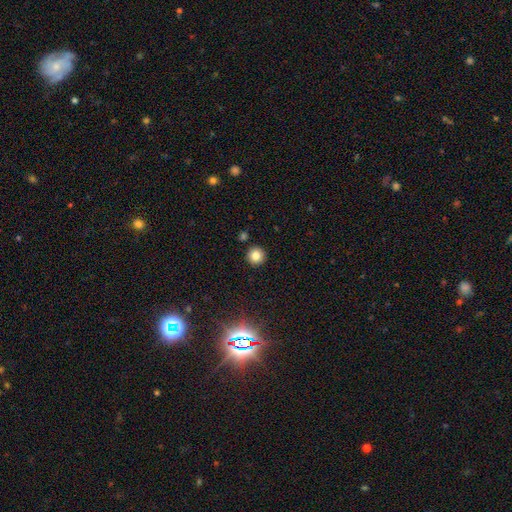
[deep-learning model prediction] Q: Smooth or featured?
A: smooth (81%); runner-up: star or artifact (12%)
Q: How rounded?
A: round (95%); runner-up: in between (4%)
Q: Merging?
A: none (91%); runner-up: minor disturbance (5%)